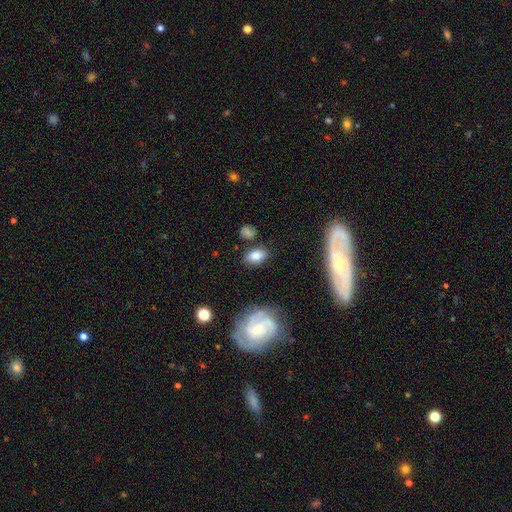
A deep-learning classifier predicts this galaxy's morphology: Smooth or featured?
  - smooth: 80% *
  - featured or disk: 11%
  - star or artifact: 9%
How rounded?
  - in between: 89% *
  - round: 9%
  - cigar-shaped: 2%
Merging?
  - none: 77% *
  - minor disturbance: 14%
  - merger: 5%
  - major disturbance: 4%